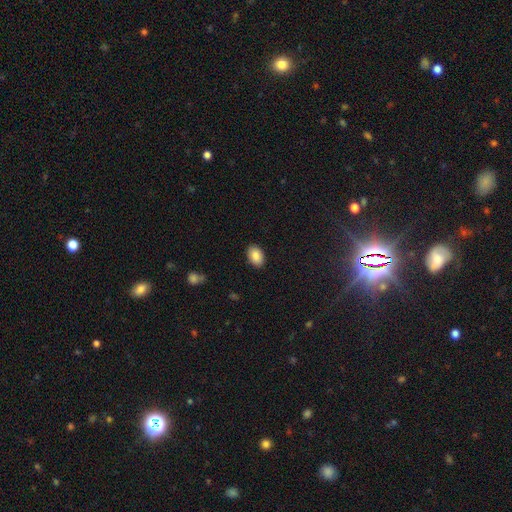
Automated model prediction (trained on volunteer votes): smooth 87%, star or artifact 7%, featured or disk 6%. Down the decision tree: how rounded — in between (88%); merging — none (88%).